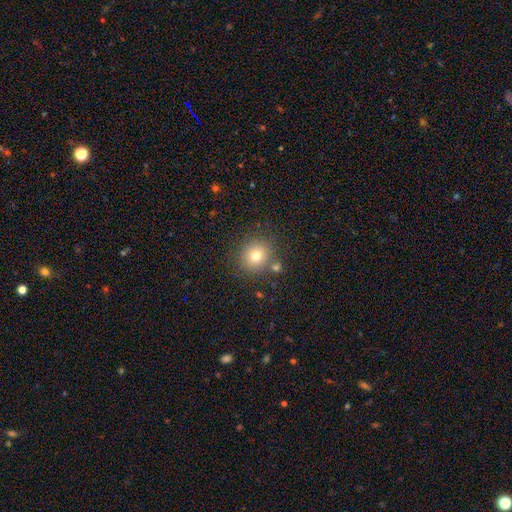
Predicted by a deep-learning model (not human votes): Morphology: type=smooth (75%); roundness=round (87%); merging=none (79%).